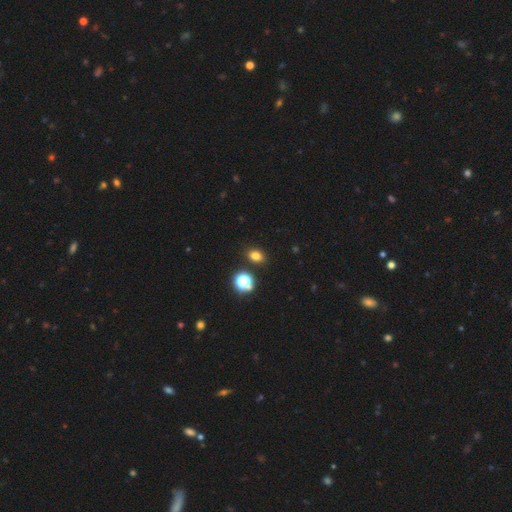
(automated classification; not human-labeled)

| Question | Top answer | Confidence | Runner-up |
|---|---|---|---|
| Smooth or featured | smooth | 76% | star or artifact (18%) |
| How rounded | in between | 66% | round (32%) |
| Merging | none | 85% | minor disturbance (8%) |